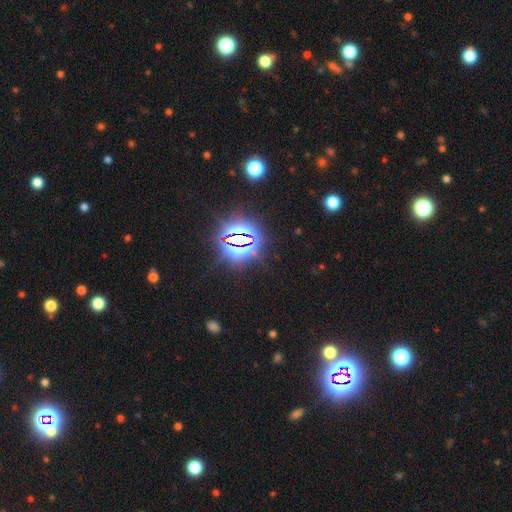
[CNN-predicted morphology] Smooth or featured: star or artifact — 83% (smooth — 11%)